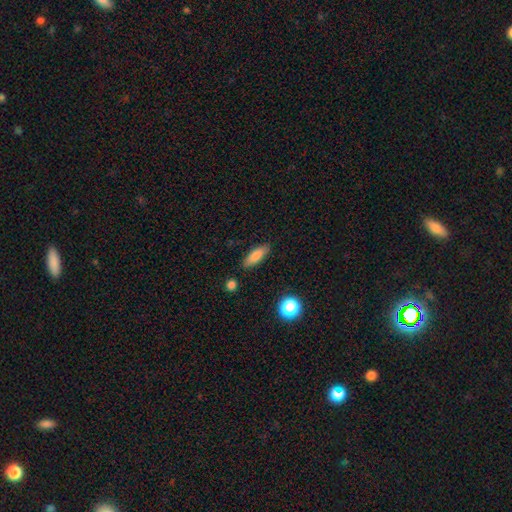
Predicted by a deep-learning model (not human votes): smooth-or-featured: smooth: 80% | featured or disk: 12% | star or artifact: 8%
  how-rounded: in between: 59% | cigar-shaped: 38% | round: 3%
  merging: none: 86% | minor disturbance: 10% | major disturbance: 2% | merger: 2%